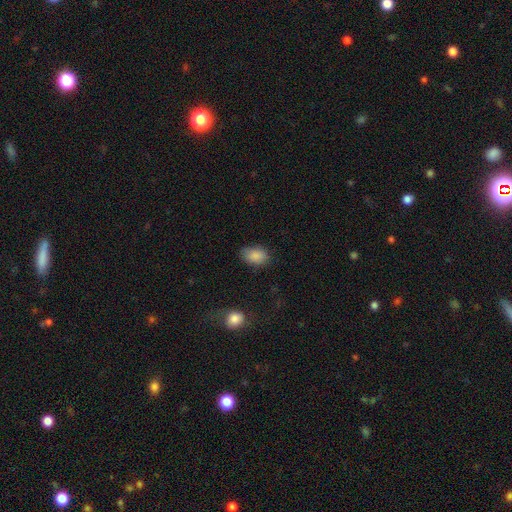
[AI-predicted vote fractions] This appears to be a smooth galaxy with no disk features (87%) that is in between round and cigar-shaped (85%). Merging: none (75%).